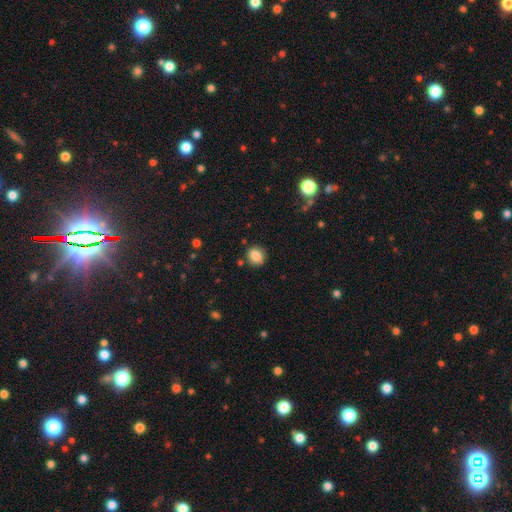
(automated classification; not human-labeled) A smooth galaxy with no disk features (83%) that is round (75%). Merging: none (84%).